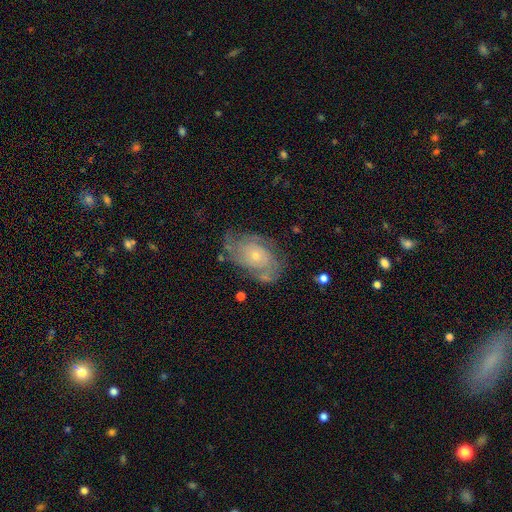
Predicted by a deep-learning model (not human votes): A featured or disk galaxy (78%) with no bar (81%), tight (58%) spiral arms (89%) and a small central bulge (71%).

Vote fractions:
- Smooth or featured? featured or disk: 78% / smooth: 15% / star or artifact: 7%
- Edge-on disk? no: 96% / yes: 4%
- Bar? no: 81% / weak: 16% / strong: 3%
- Spiral arms? yes: 89% / no: 11%
- Spiral winding? tight: 58% / medium: 31% / loose: 11%
- Spiral arm count? can't tell: 36% / 2: 34% / 3: 14% / 4: 7% / 1: 5% / more than 4: 4%
- Bulge size? small: 71% / moderate: 25% / large: 2% / none: 2% / dominant: 1%
- Merging? none: 62% / minor disturbance: 23% / major disturbance: 12% / merger: 3%